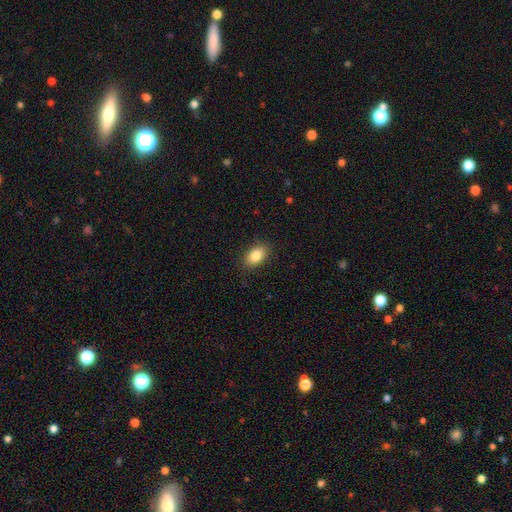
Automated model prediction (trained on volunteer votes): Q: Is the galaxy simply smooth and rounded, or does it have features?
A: smooth — 85%.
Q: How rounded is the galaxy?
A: in between — 88%.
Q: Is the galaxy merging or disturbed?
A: none — 87%.